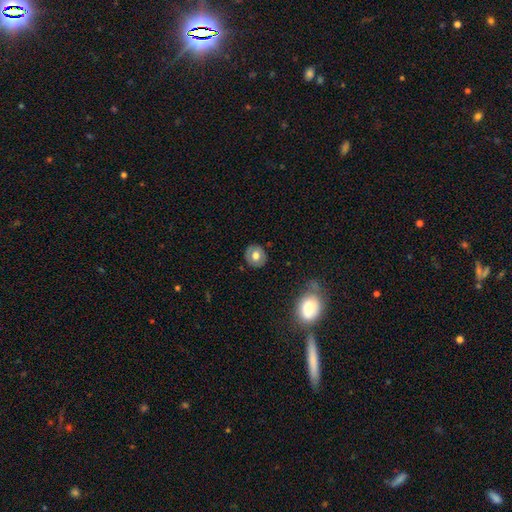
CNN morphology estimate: This is likely a smooth galaxy (65%). How rounded: clearly round (85%). Merging: clearly none (86%).